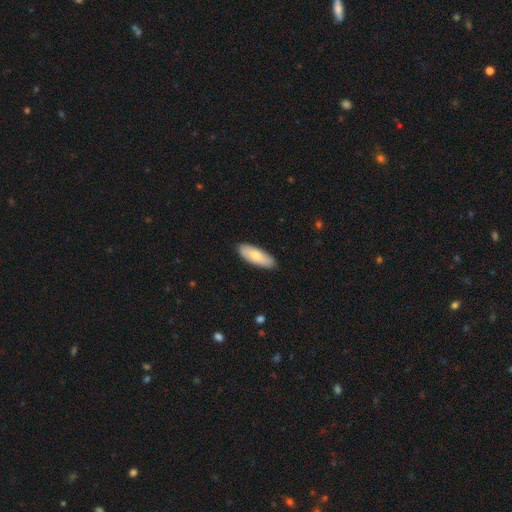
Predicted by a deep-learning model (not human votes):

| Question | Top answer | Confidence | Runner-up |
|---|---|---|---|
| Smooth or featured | smooth | 74% | featured or disk (21%) |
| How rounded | in between | 70% | cigar-shaped (28%) |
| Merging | none | 88% | minor disturbance (10%) |